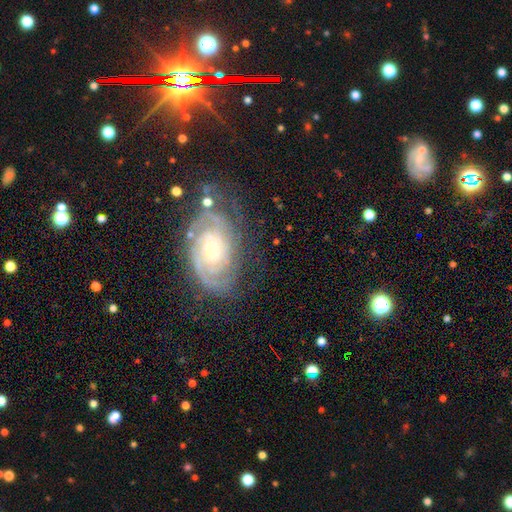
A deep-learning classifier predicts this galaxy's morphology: smooth_or_featured: featured or disk (p=0.68) [alt: star or artifact p=0.18]
disk_edge_on: no (p=0.94) [alt: yes p=0.06]
bar: no (p=0.66) [alt: weak p=0.26]
has_spiral_arms: yes (p=0.91) [alt: no p=0.09]
spiral_winding: tight (p=0.67) [alt: medium p=0.25]
spiral_arm_count: can't tell (p=0.39) [alt: 2 p=0.31]
bulge_size: moderate (p=0.53) [alt: small p=0.32]
merging: none (p=0.72) [alt: minor disturbance p=0.17]